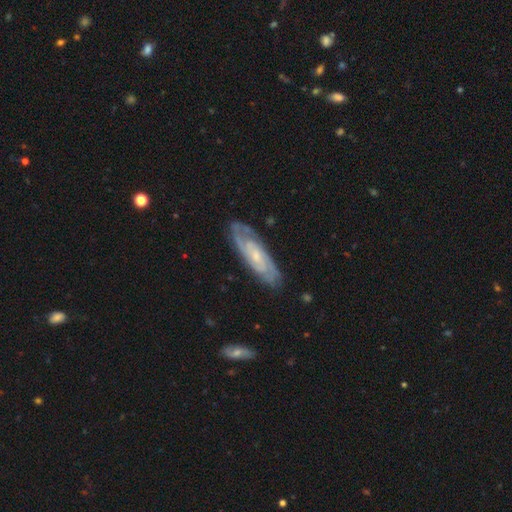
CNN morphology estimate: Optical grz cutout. It shows a featured or disk galaxy (81%) with no bar (63%), 2 (43%) tight (61%) spiral arms (93%) and a small central bulge (70%). Merging: none (79%).